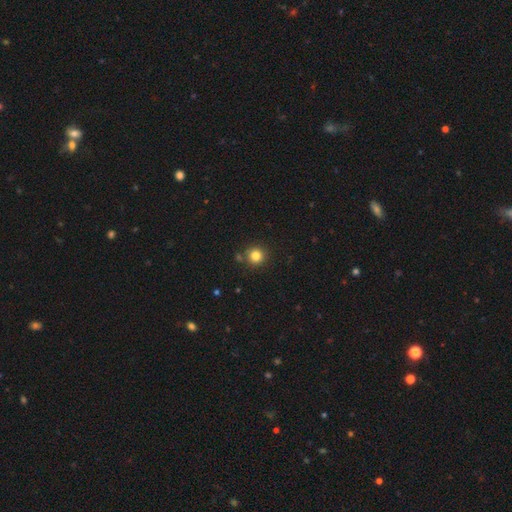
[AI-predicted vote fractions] This is clearly a smooth galaxy (82%). How rounded: clearly round (94%). Merging: clearly none (83%).